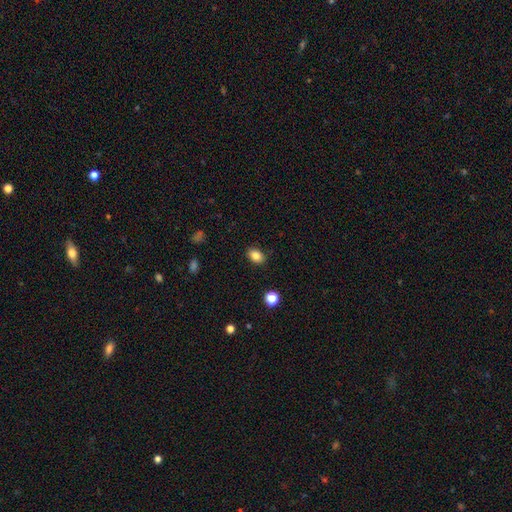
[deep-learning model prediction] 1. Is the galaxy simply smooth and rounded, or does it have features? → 84% smooth, 10% star or artifact, 6% featured or disk.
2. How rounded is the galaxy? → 79% in between, 20% round, 1% cigar-shaped.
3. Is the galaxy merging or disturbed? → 87% none, 10% minor disturbance, 2% major disturbance, 1% merger.